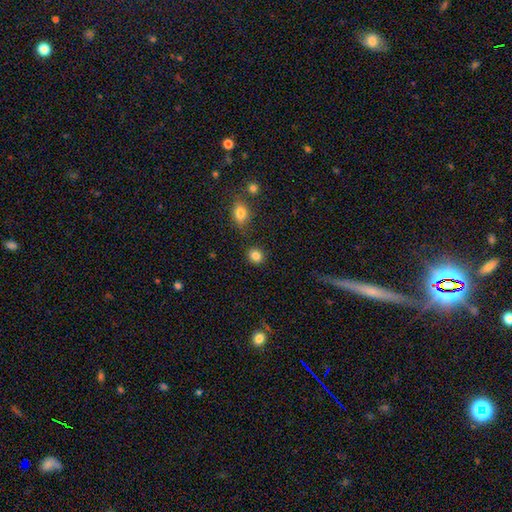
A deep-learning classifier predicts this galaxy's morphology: A smooth galaxy with no disk features (85%) that is round (79%).

Vote fractions:
- Smooth or featured? smooth: 85% / star or artifact: 11% / featured or disk: 5%
- How rounded? round: 79% / in between: 20% / cigar-shaped: 1%
- Merging? none: 86% / minor disturbance: 8% / merger: 3% / major disturbance: 2%